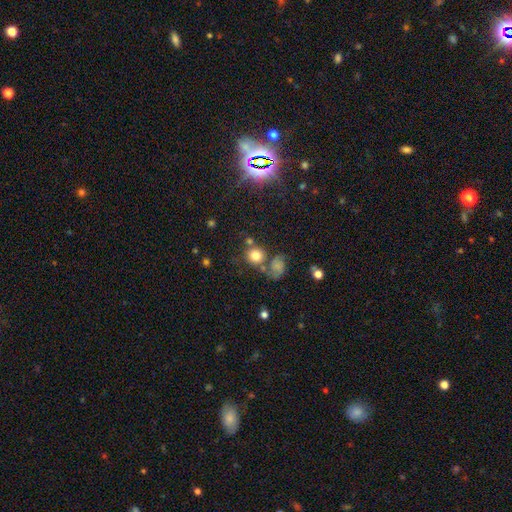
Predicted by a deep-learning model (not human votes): smooth_or_featured: smooth (p=0.77) [alt: star or artifact p=0.13]
how_rounded: round (p=0.83) [alt: in between p=0.15]
merging: none (p=0.59) [alt: merger p=0.21]